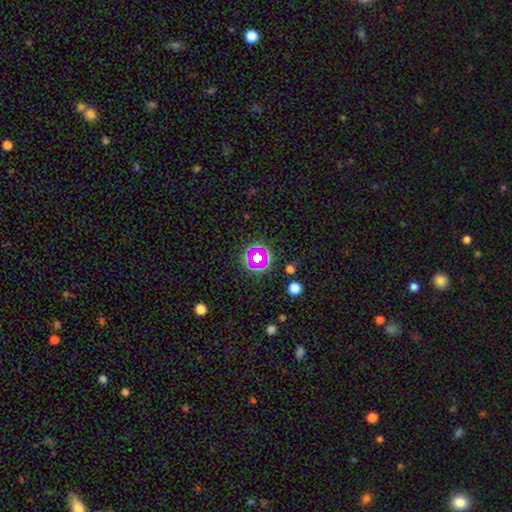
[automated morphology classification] This is marginally a star or artifact rather than a galaxy (44%).